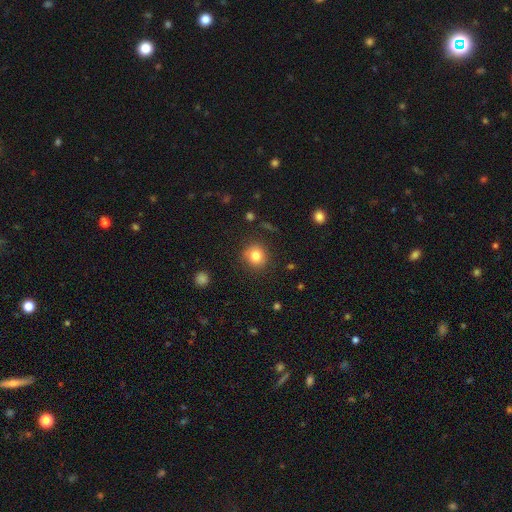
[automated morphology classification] Smooth or featured?
  - smooth: 82% *
  - star or artifact: 11%
  - featured or disk: 8%
How rounded?
  - round: 87% *
  - in between: 12%
  - cigar-shaped: 1%
Merging?
  - none: 85% *
  - minor disturbance: 10%
  - major disturbance: 3%
  - merger: 2%